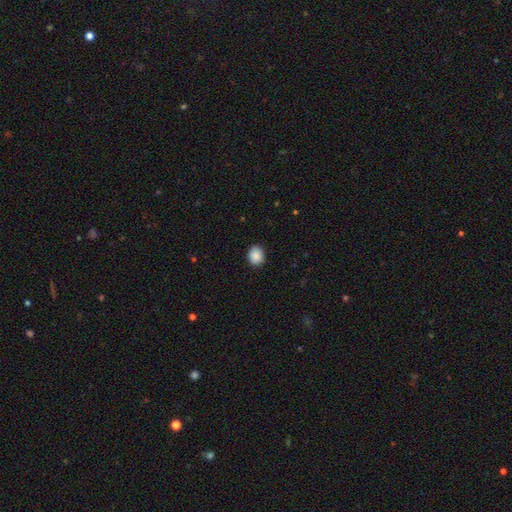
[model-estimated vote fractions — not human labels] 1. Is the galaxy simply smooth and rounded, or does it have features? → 89% smooth, 8% star or artifact, 4% featured or disk.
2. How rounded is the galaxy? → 62% round, 37% in between, 1% cigar-shaped.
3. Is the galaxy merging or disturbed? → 89% none, 9% minor disturbance, 2% major disturbance, 1% merger.